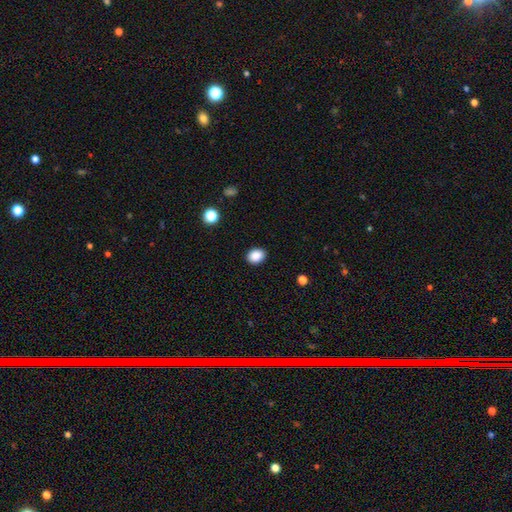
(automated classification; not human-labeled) Overall: smooth (88%). How rounded: in between (57%; round 42%). Merging: none (90%).